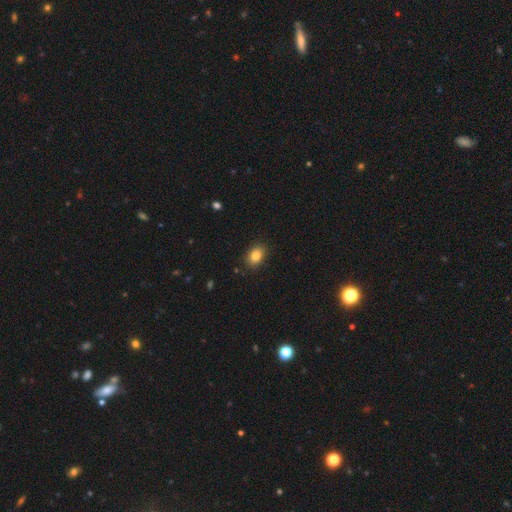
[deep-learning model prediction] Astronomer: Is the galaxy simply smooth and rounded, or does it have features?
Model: smooth — 83%.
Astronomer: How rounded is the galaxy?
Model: in between — 70%.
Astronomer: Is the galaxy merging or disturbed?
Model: none — 87%.